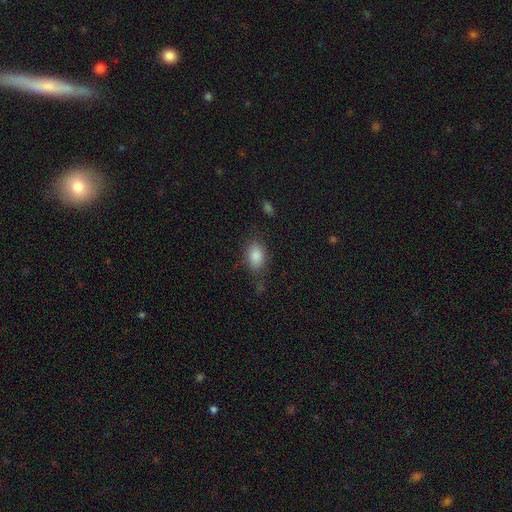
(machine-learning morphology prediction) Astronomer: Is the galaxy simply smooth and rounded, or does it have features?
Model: smooth — 85%.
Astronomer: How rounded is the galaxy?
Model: in between — 80%.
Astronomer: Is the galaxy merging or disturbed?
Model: none — 71%.